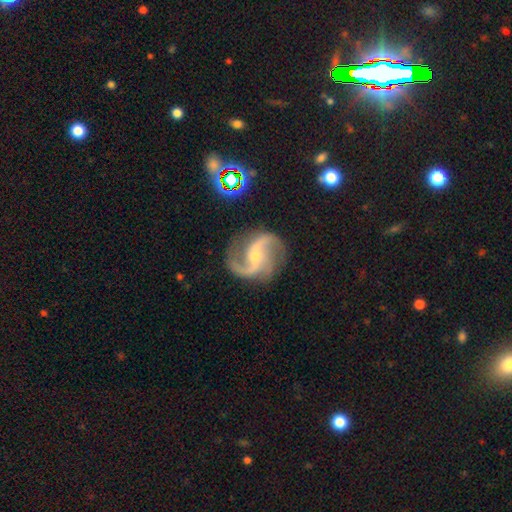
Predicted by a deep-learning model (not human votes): Q: Smooth or featured?
A: featured or disk (91%); runner-up: star or artifact (6%)
Q: Edge-on disk?
A: no (98%); runner-up: yes (2%)
Q: Bar?
A: no (43%); runner-up: weak (35%)
Q: Spiral arms?
A: yes (98%); runner-up: no (2%)
Q: Spiral winding?
A: loose (50%); runner-up: medium (41%)
Q: Spiral arm count?
A: 2 (84%); runner-up: 3 (7%)
Q: Bulge size?
A: small (60%); runner-up: moderate (36%)
Q: Merging?
A: none (80%); runner-up: minor disturbance (13%)